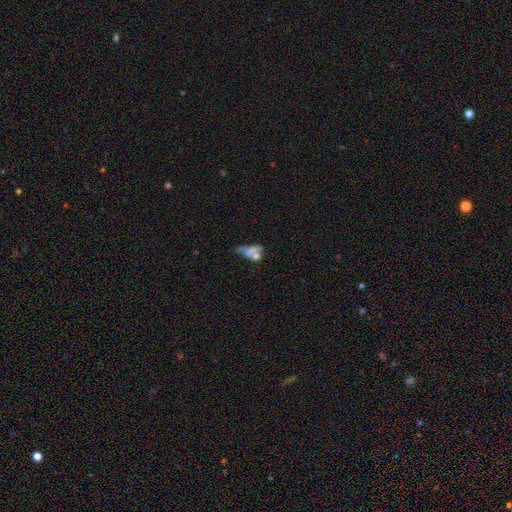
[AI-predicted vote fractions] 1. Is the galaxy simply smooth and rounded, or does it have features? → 49% smooth, 26% featured or disk, 24% star or artifact.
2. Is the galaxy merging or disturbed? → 37% none, 32% merger, 16% major disturbance, 15% minor disturbance.